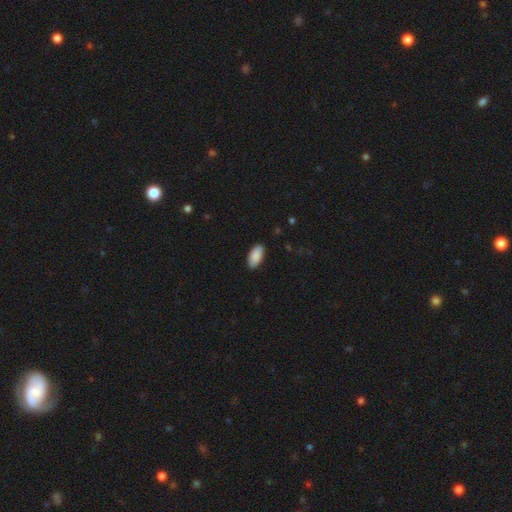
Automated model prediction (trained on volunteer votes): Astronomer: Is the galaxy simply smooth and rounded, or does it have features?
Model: smooth — 91%.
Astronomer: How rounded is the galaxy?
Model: in between — 93%.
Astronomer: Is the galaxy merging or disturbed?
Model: none — 89%.